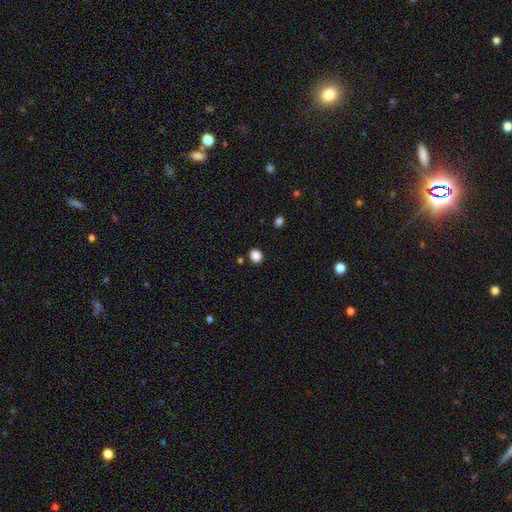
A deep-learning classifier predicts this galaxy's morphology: The model was most divided on "how rounded": round: 56%, in between: 43%, cigar-shaped: 1%. More confident: merging — none (87%); smooth or featured — smooth (86%).